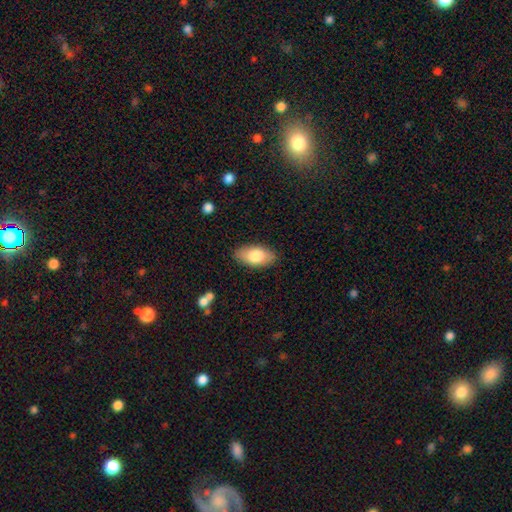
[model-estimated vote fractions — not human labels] This is likely a smooth galaxy (79%). How rounded: clearly in between (93%). Merging: clearly none (86%).